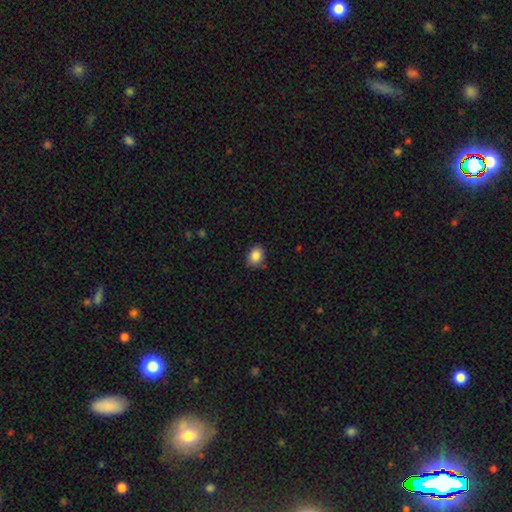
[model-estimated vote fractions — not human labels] The model was most divided on "how rounded": in between: 59%, round: 40%, cigar-shaped: 1%. More confident: smooth or featured — smooth (87%); merging — none (81%).